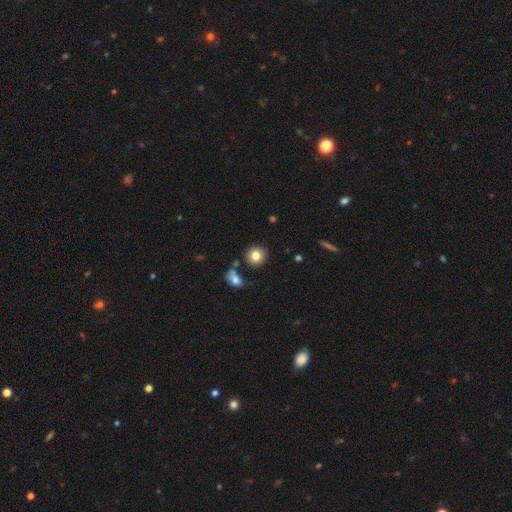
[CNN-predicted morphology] A smooth galaxy with no disk features (81%) that is round (90%).

Vote fractions:
- Smooth or featured? smooth: 81% / star or artifact: 10% / featured or disk: 9%
- How rounded? round: 90% / in between: 9% / cigar-shaped: 1%
- Merging? none: 83% / minor disturbance: 8% / merger: 6% / major disturbance: 3%